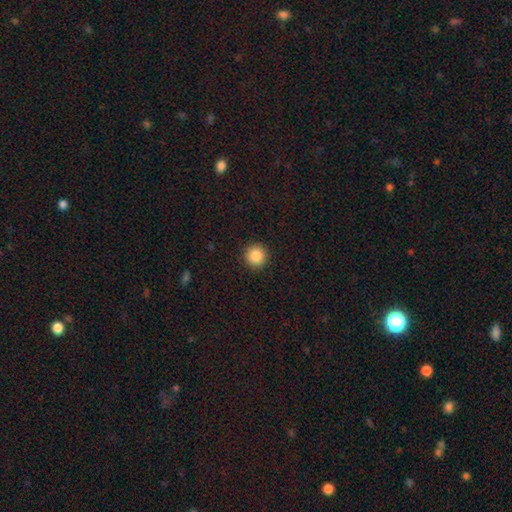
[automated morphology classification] smooth_or_featured: smooth (p=0.87) [alt: star or artifact p=0.09]
how_rounded: round (p=0.96) [alt: in between p=0.03]
merging: none (p=0.93) [alt: minor disturbance p=0.05]